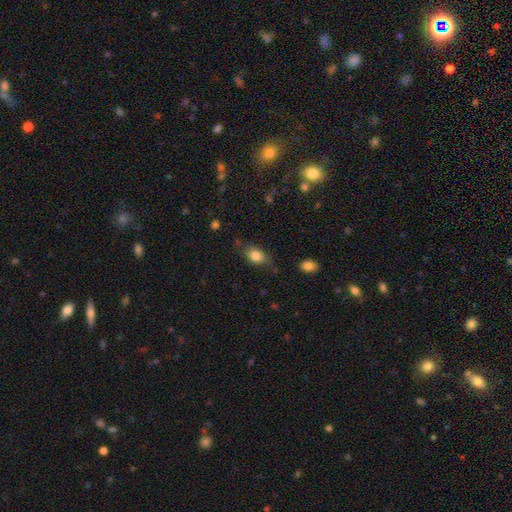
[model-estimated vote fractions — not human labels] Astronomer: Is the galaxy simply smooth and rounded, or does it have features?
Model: smooth — 83%.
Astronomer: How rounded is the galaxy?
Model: in between — 83%.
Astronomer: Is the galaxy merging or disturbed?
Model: none — 73%.